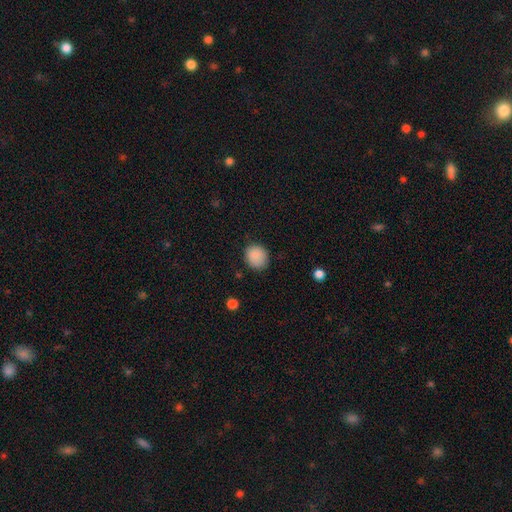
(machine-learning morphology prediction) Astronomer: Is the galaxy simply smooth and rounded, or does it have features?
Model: smooth — 87%.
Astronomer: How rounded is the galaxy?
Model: round — 74%.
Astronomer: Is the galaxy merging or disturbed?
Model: none — 81%.